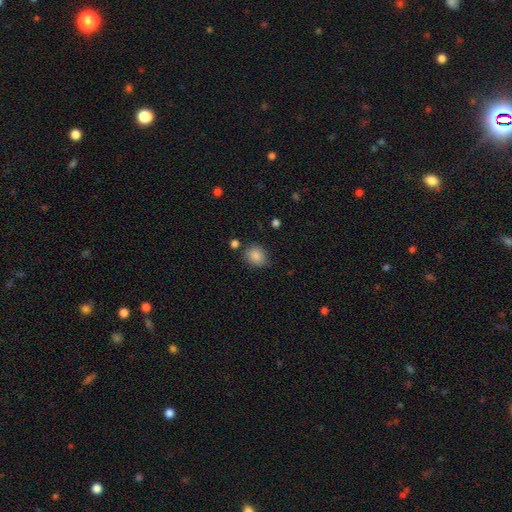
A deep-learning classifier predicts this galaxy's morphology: Smooth or featured? smooth (86%)
How rounded? round (64%)
Merging? none (77%)